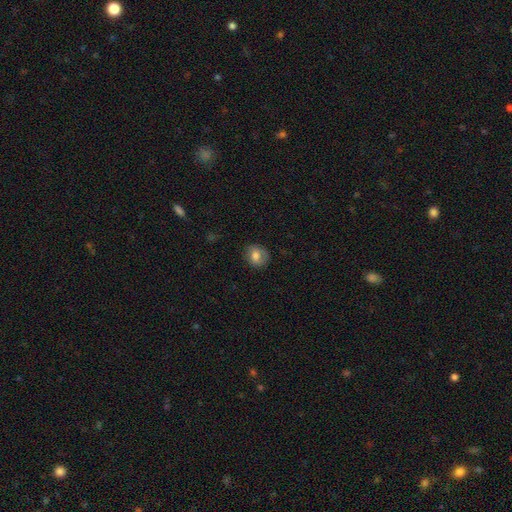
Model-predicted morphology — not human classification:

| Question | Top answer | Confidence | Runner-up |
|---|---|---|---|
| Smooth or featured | smooth | 76% | featured or disk (16%) |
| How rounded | round | 68% | in between (31%) |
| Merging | none | 78% | minor disturbance (16%) |